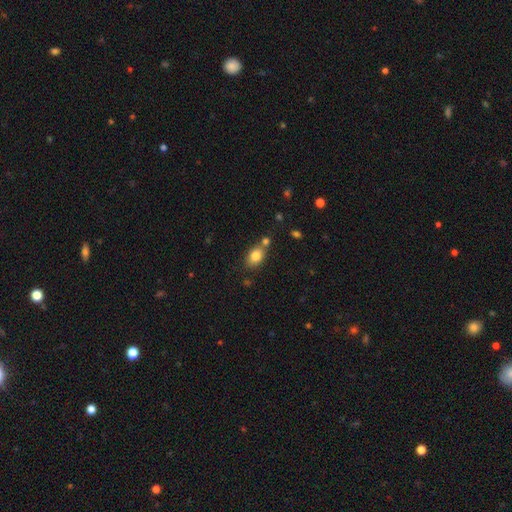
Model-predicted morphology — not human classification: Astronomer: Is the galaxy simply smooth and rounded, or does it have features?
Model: smooth — 82%.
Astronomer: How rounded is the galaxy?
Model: in between — 72%.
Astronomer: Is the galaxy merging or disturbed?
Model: none — 58%.